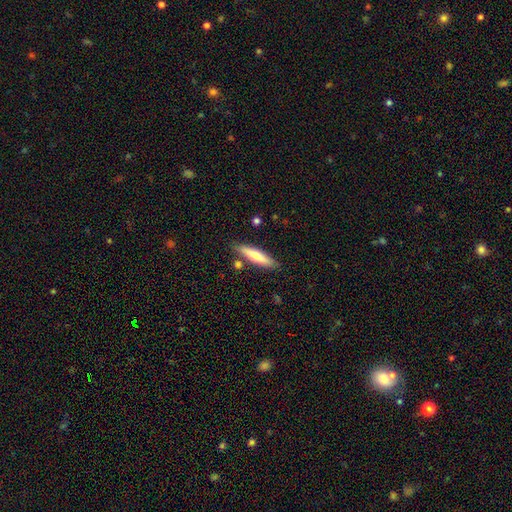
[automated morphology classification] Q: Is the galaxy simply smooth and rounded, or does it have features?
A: smooth — 63%.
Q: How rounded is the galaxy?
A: cigar-shaped — 79%.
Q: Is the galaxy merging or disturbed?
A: none — 82%.